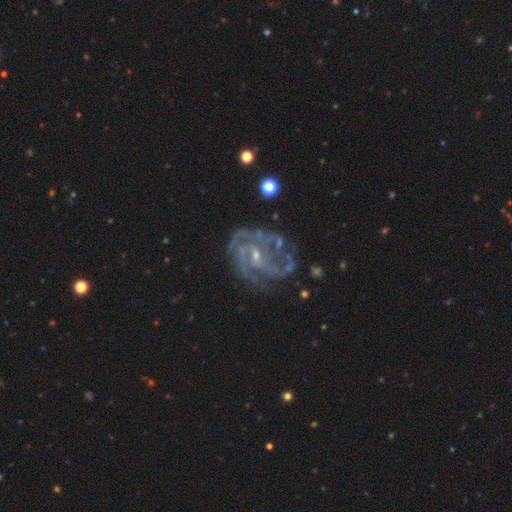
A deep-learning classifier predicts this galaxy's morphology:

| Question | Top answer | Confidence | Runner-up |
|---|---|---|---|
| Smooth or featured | featured or disk | 88% | star or artifact (7%) |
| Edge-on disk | no | 98% | yes (2%) |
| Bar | no | 48% | weak (41%) |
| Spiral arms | yes | 96% | no (4%) |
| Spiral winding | tight | 54% | medium (38%) |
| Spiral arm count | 3 | 31% | can't tell (21%) |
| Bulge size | small | 73% | moderate (21%) |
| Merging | none | 63% | minor disturbance (20%) |